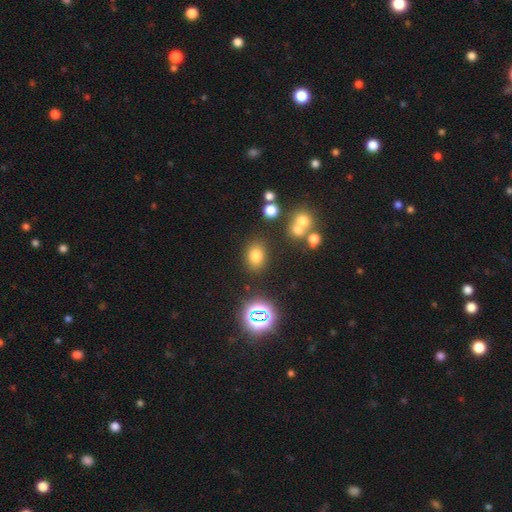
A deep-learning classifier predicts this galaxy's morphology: smooth_or_featured: smooth (p=0.75) [alt: star or artifact p=0.17]
how_rounded: in between (p=0.60) [alt: round p=0.39]
merging: none (p=0.82) [alt: minor disturbance p=0.10]